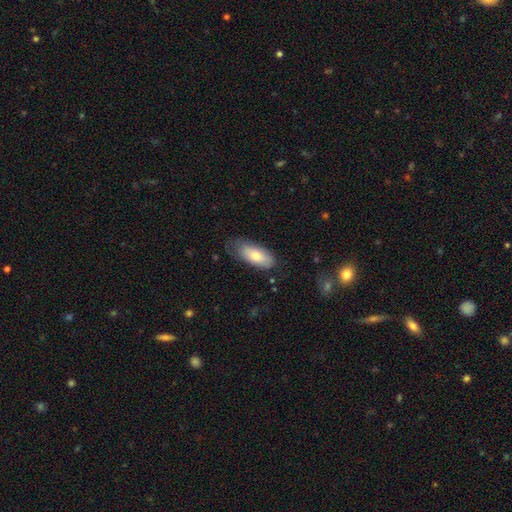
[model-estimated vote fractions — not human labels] A smooth galaxy with no disk features (74%) that is in between round and cigar-shaped (86%).

Vote fractions:
- Smooth or featured? smooth: 74% / featured or disk: 19% / star or artifact: 6%
- How rounded? in between: 86% / cigar-shaped: 12% / round: 2%
- Merging? none: 66% / minor disturbance: 26% / major disturbance: 6% / merger: 1%